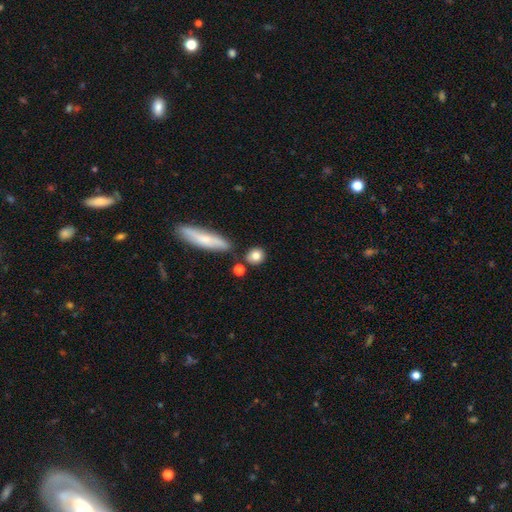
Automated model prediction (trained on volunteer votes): Smooth or featured? smooth (82%)
How rounded? round (71%)
Merging? none (75%)